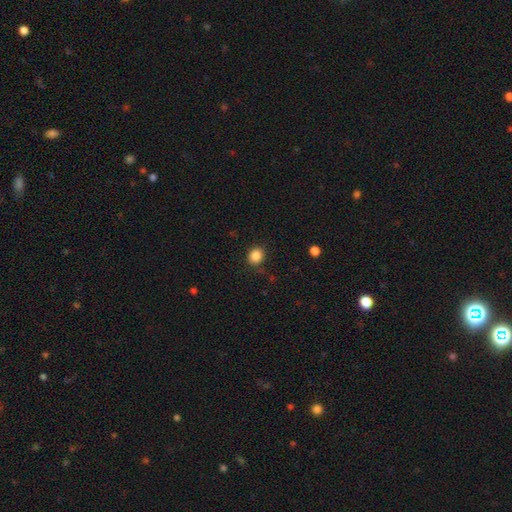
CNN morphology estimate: This appears to be a smooth galaxy with no disk features (87%) that is round (68%). Merging: none (85%).